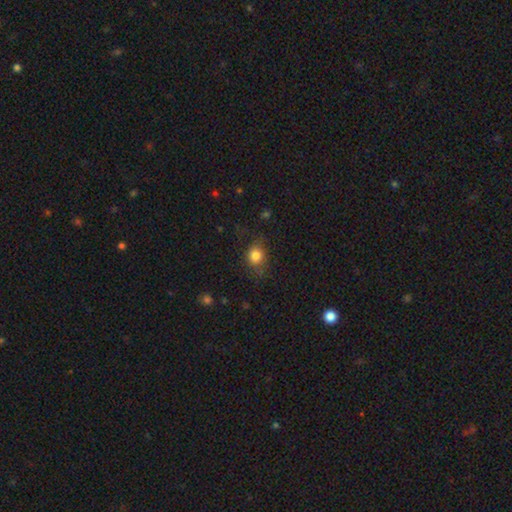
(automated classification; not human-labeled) The model was most divided on "how rounded": round: 70%, in between: 29%, cigar-shaped: 1%. More confident: smooth or featured — smooth (82%); merging — none (73%).